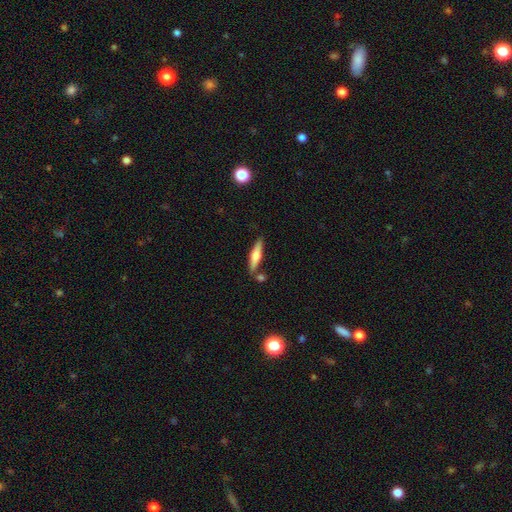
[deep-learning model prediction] This is possibly a smooth galaxy (50%). How rounded: clearly cigar-shaped (80%). Merging: likely none (78%).